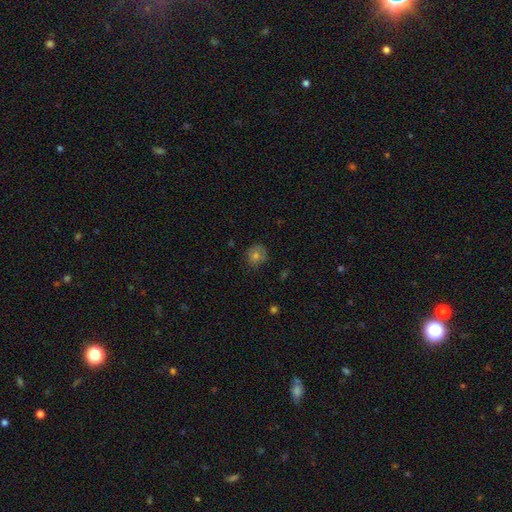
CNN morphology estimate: Smooth or featured: smooth — 68% (featured or disk — 18%)
How rounded: round — 83% (in between — 16%)
Merging: none — 76% (minor disturbance — 18%)